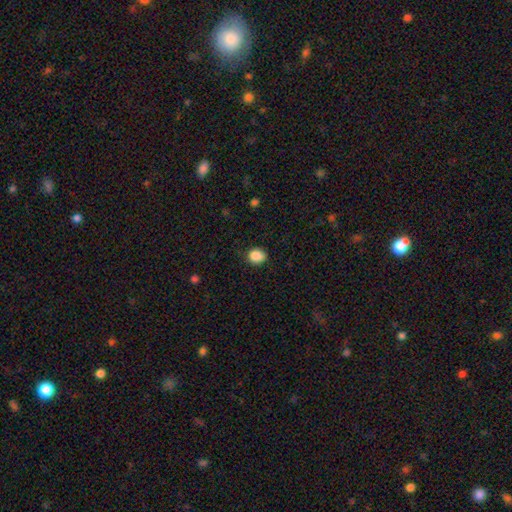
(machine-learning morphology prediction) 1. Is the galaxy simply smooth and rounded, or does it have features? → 87% smooth, 9% star or artifact, 4% featured or disk.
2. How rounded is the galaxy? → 69% round, 30% in between, 1% cigar-shaped.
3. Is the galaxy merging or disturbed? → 79% none, 17% minor disturbance, 3% major disturbance, 1% merger.